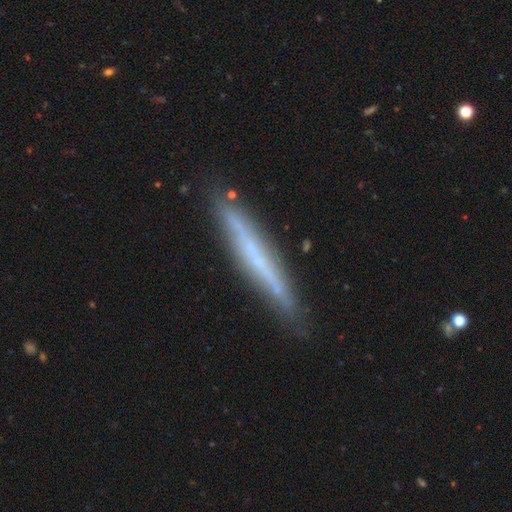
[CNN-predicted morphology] A featured or disk galaxy (58%) viewed edge-on (93%) with no central bulge (79%).

Vote fractions:
- Smooth or featured? featured or disk: 58% / smooth: 35% / star or artifact: 6%
- Edge-on disk? yes: 93% / no: 7%
- Edge-on bulge? none: 79% / rounded: 14% / boxy: 7%
- Merging? none: 83% / minor disturbance: 13% / major disturbance: 2% / merger: 2%